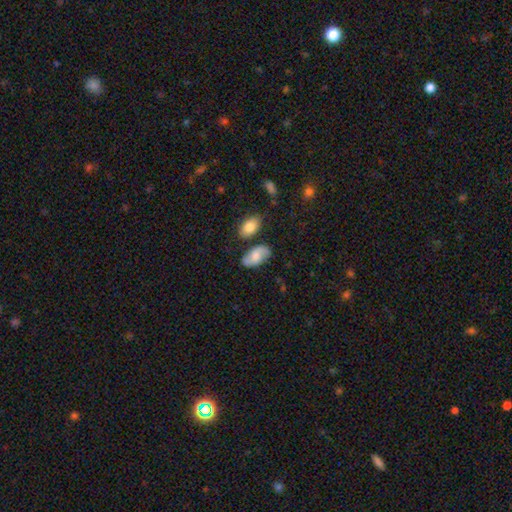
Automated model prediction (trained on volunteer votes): A smooth galaxy with no disk features (53%) that is in between round and cigar-shaped (93%). Merging: none (70%).